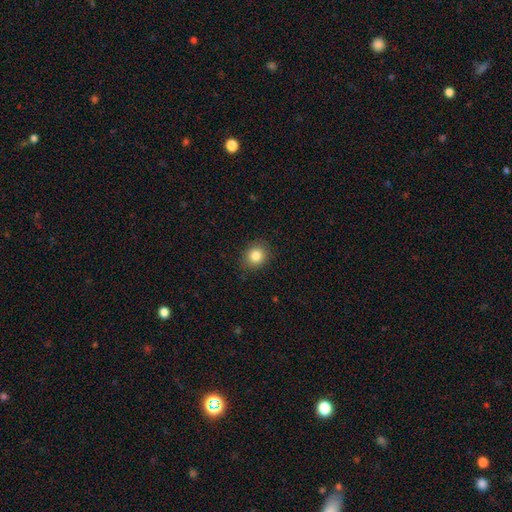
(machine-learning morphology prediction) Smooth or featured? smooth (84%)
How rounded? round (76%)
Merging? none (87%)